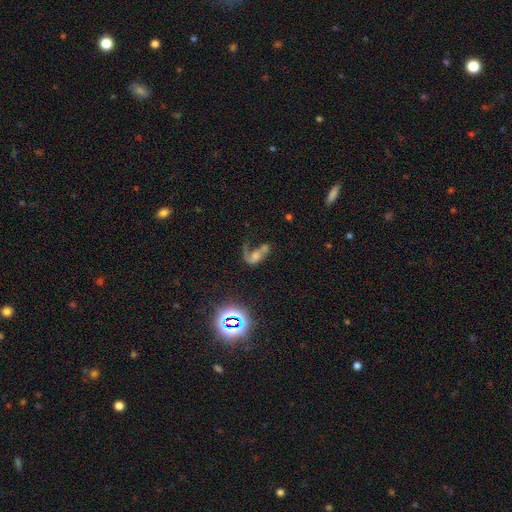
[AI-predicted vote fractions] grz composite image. It shows a featured or disk galaxy (55%) with no bar (70%), spiral arms (68%) and no central bulge (35%). Merging: major disturbance (37%).